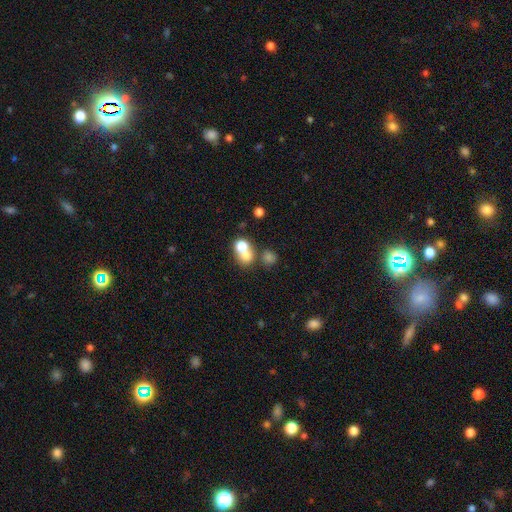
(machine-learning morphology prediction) smooth_or_featured: smooth (p=0.48) [alt: star or artifact p=0.38]
merging: none (p=0.53) [alt: merger p=0.30]